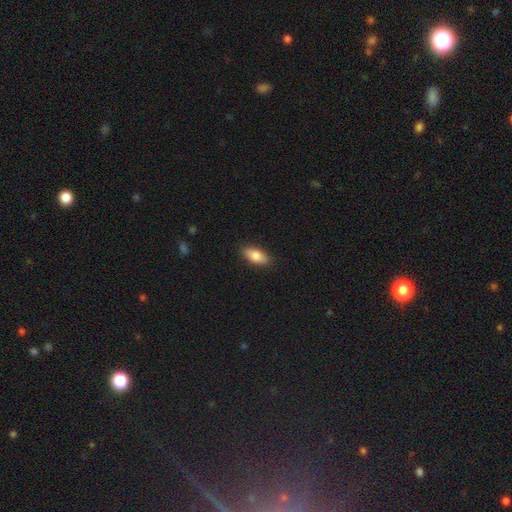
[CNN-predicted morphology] The model was most divided on "smooth or featured": smooth: 82%, featured or disk: 11%, star or artifact: 6%. More confident: merging — none (88%); how rounded — in between (85%).